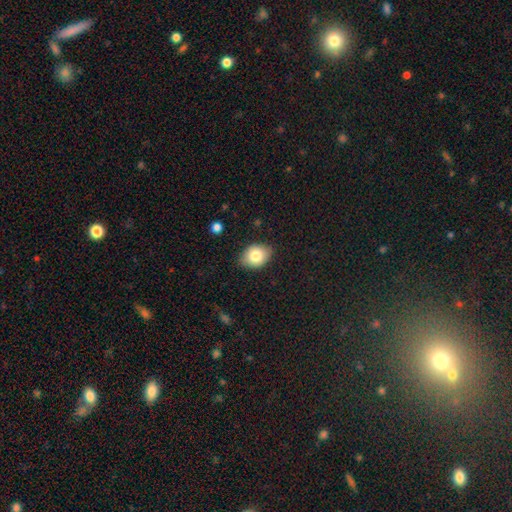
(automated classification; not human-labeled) The model was most divided on "how rounded": in between: 68%, round: 31%, cigar-shaped: 1%. More confident: smooth or featured — smooth (81%); merging — none (81%).